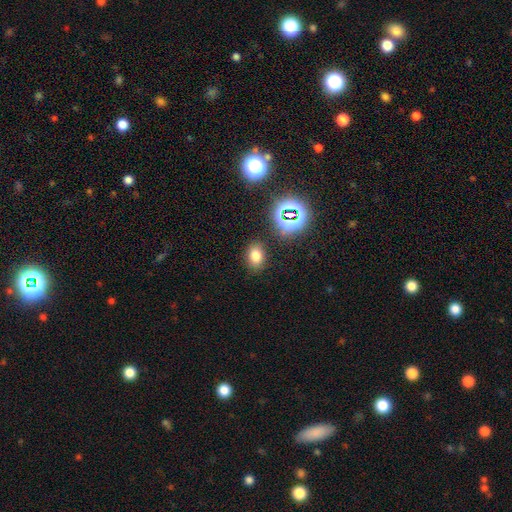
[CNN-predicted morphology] Q: Smooth or featured?
A: smooth (72%); runner-up: star or artifact (20%)
Q: How rounded?
A: in between (71%); runner-up: round (28%)
Q: Merging?
A: none (83%); runner-up: minor disturbance (10%)